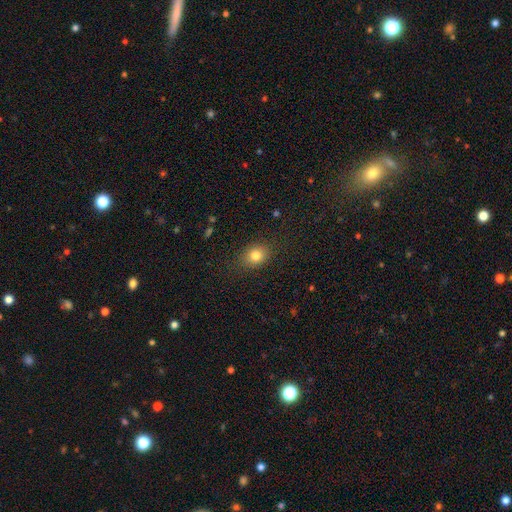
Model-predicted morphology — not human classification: Smooth or featured?
  - smooth: 80% *
  - star or artifact: 11%
  - featured or disk: 9%
How rounded?
  - in between: 56% *
  - round: 43%
  - cigar-shaped: 1%
Merging?
  - none: 83% *
  - minor disturbance: 12%
  - major disturbance: 4%
  - merger: 1%